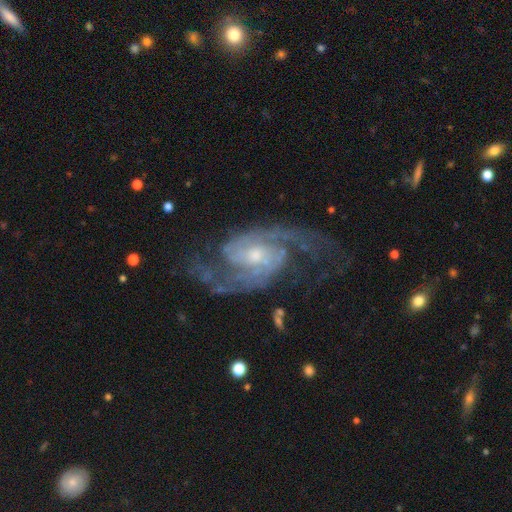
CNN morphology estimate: The model was most divided on "bulge size": moderate: 46%, small: 45%, large: 4%, none: 3%, dominant: 1%. More confident: spiral arms — yes (98%); edge-on disk — no (97%); smooth or featured — featured or disk (93%); spiral arm count — 2 (87%); merging — none (69%); spiral winding — medium (54%); bar — no (54%).